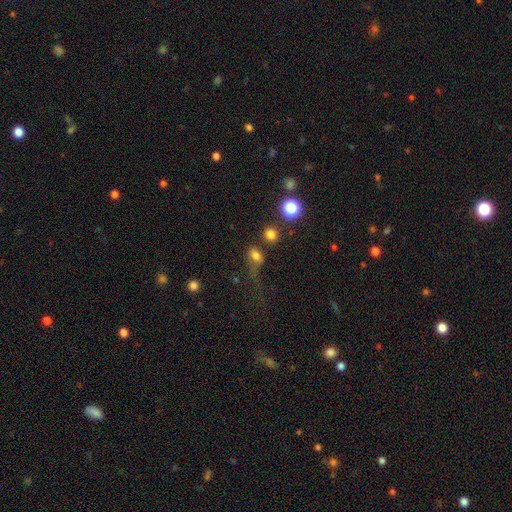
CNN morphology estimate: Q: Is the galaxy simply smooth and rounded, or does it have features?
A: smooth — 73%.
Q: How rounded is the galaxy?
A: in between — 56%.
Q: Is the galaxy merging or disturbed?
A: major disturbance — 35%.